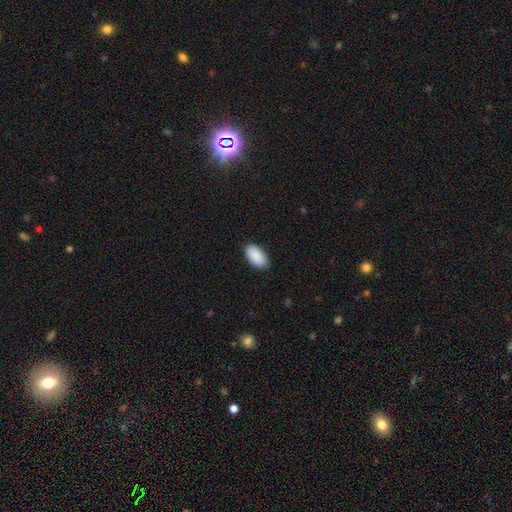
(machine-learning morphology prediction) Smooth or featured? smooth (91%)
How rounded? in between (96%)
Merging? none (88%)